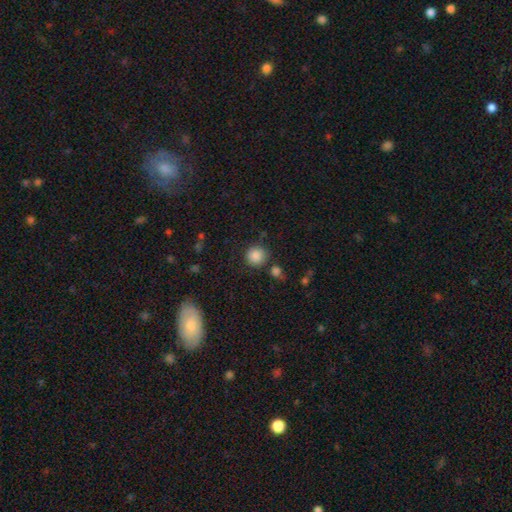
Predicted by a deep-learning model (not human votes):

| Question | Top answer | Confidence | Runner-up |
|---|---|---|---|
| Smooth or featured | smooth | 87% | star or artifact (9%) |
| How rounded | round | 93% | in between (6%) |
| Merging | none | 81% | minor disturbance (10%) |